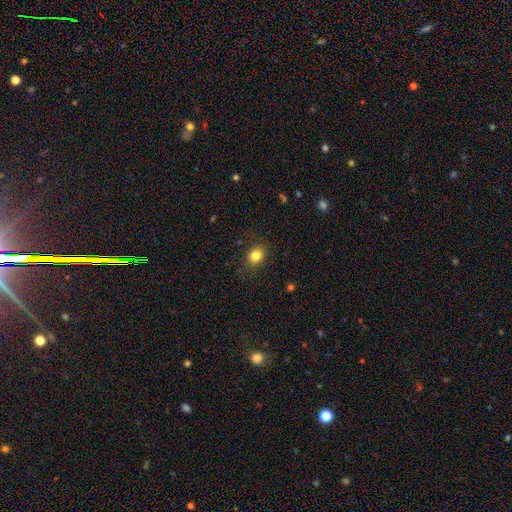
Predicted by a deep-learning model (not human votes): Overall: smooth (82%). How rounded: round (51%; in between 48%). Merging: none (84%).